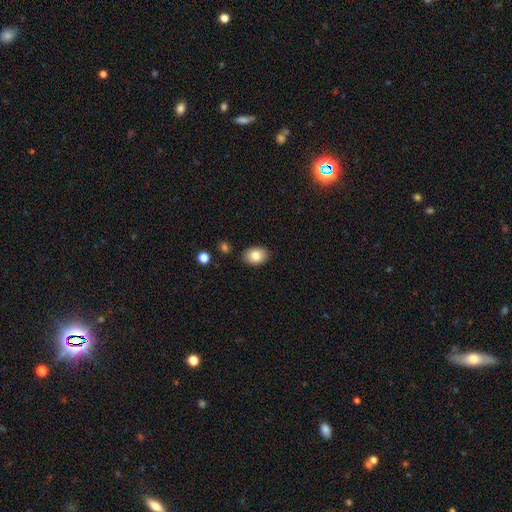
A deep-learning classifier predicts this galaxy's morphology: Smooth or featured? smooth (83%)
How rounded? in between (79%)
Merging? none (86%)